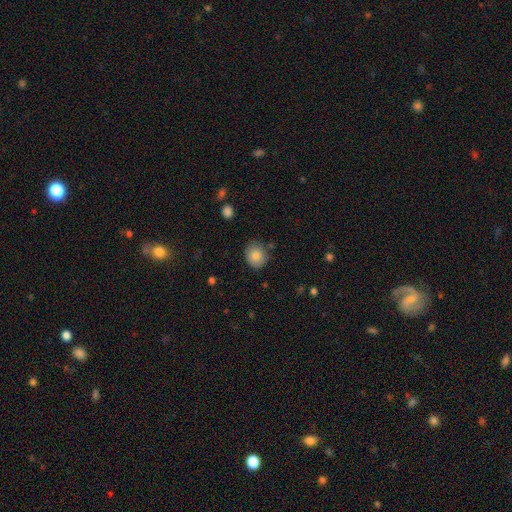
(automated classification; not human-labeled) The model was most divided on "how rounded": round: 77%, in between: 22%, cigar-shaped: 1%. More confident: smooth or featured — smooth (83%); merging — none (78%).